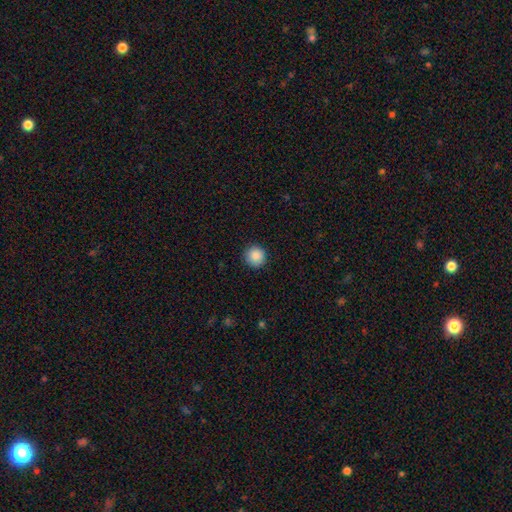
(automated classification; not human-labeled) smooth-or-featured: smooth: 88% | star or artifact: 9% | featured or disk: 3%
  how-rounded: round: 95% | in between: 4% | cigar-shaped: 1%
  merging: none: 91% | minor disturbance: 6% | major disturbance: 2% | merger: 1%